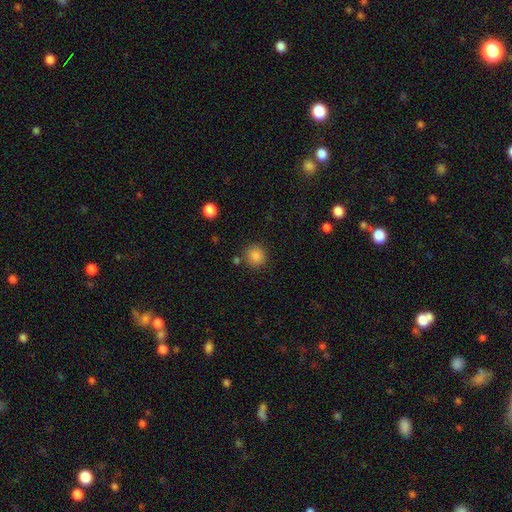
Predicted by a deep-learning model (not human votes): The model was most divided on "merging": none: 84%, minor disturbance: 8%, merger: 4%, major disturbance: 3%. More confident: how rounded — round (91%); smooth or featured — smooth (86%).